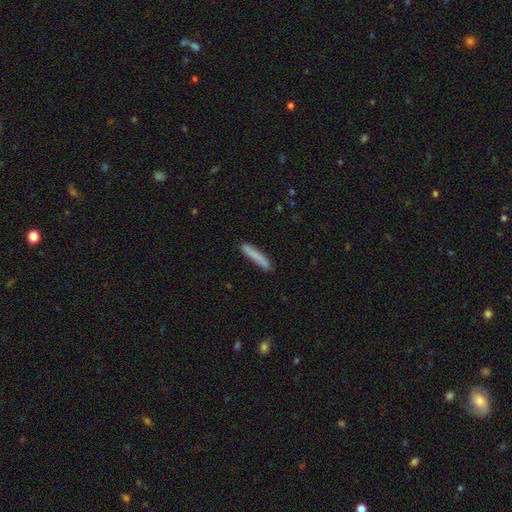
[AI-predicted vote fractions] smooth 81%, featured or disk 12%, star or artifact 6%. Down the decision tree: how rounded — cigar-shaped (95%); merging — none (87%).